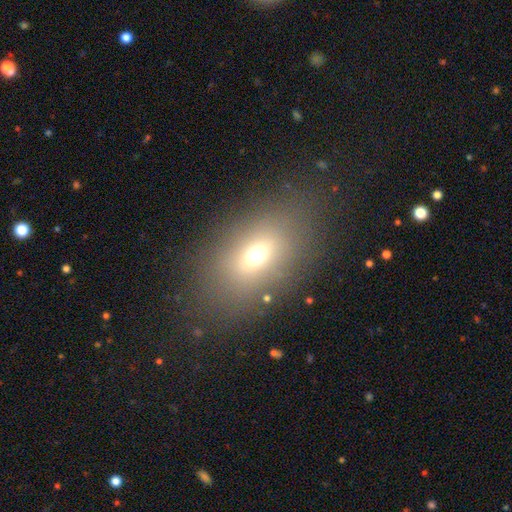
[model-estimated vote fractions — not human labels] smooth 64%, featured or disk 19%, star or artifact 17%. Down the decision tree: how rounded — in between (79%); merging — none (80%).